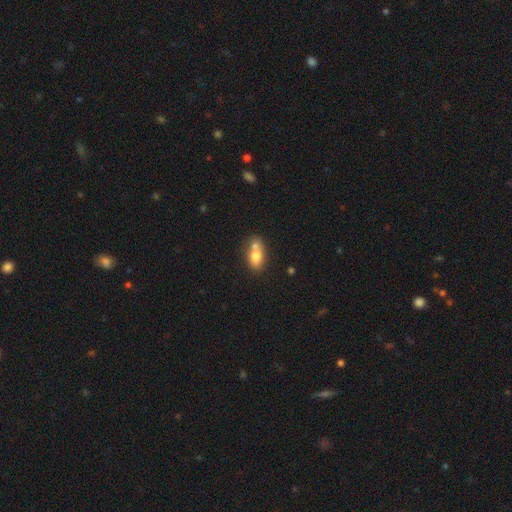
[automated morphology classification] Smooth or featured: smooth — 72% (featured or disk — 19%)
How rounded: in between — 78% (round — 18%)
Merging: merger — 50% (none — 35%)